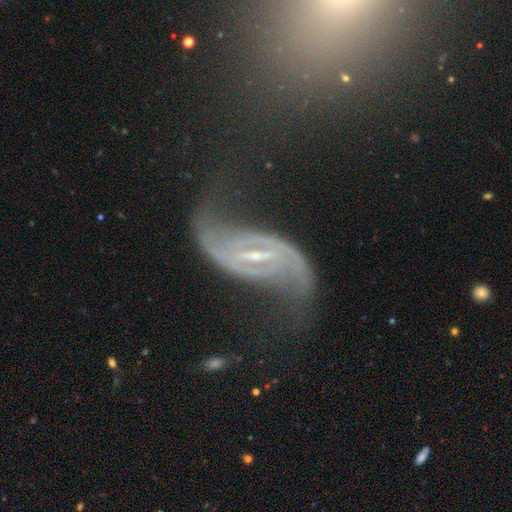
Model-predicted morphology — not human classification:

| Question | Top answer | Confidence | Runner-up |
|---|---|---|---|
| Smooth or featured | featured or disk | 90% | star or artifact (6%) |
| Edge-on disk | no | 95% | yes (5%) |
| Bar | strong | 47% | weak (40%) |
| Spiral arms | yes | 97% | no (3%) |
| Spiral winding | loose | 50% | medium (35%) |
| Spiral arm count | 2 | 92% | can't tell (3%) |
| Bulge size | small | 72% | moderate (19%) |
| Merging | none | 57% | minor disturbance (20%) |